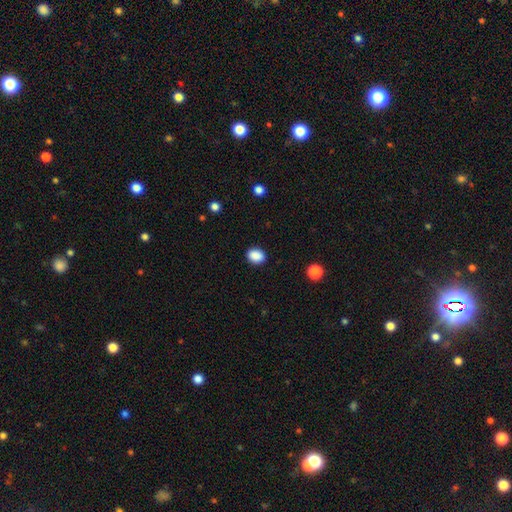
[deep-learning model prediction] Smooth or featured? Predicted: smooth (p=0.89). How rounded? Predicted: in between (p=0.62). Merging? Predicted: none (p=0.89).